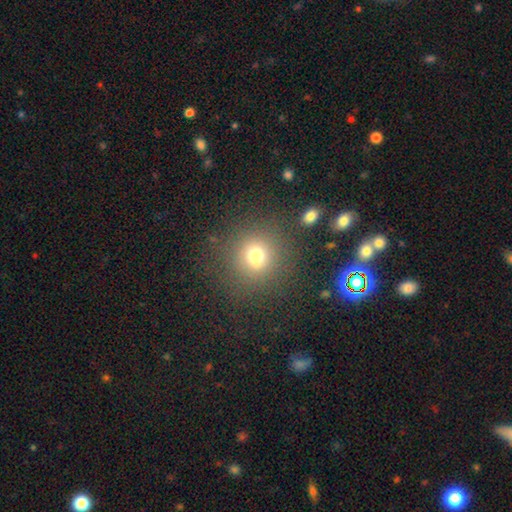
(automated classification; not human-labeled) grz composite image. It shows a smooth galaxy with no disk features (72%) that is round (85%). Merging: none (81%).